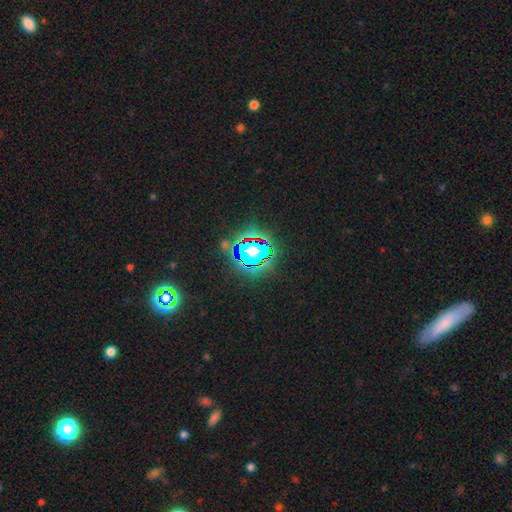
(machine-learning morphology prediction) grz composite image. It shows a star or artifact, not a galaxy (81%).